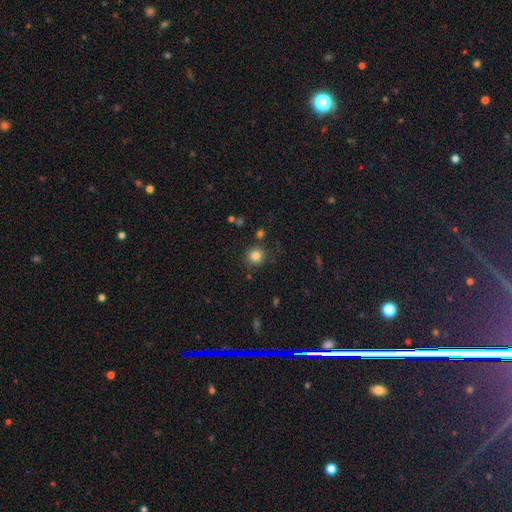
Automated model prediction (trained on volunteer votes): Smooth or featured? Predicted: smooth (p=0.83). How rounded? Predicted: round (p=0.90). Merging? Predicted: none (p=0.84).